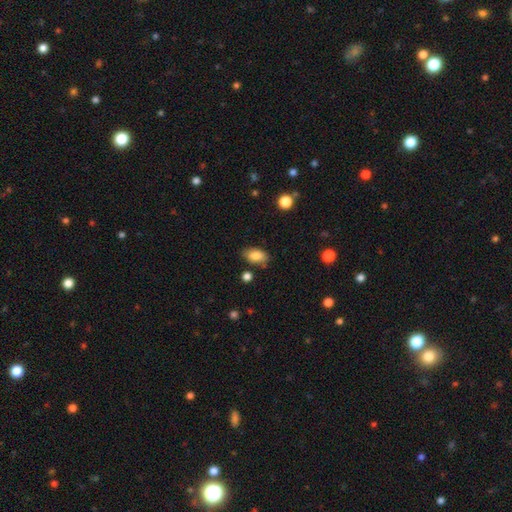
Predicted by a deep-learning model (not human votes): Morphology: type=smooth (83%); roundness=in between (91%); merging=none (76%).